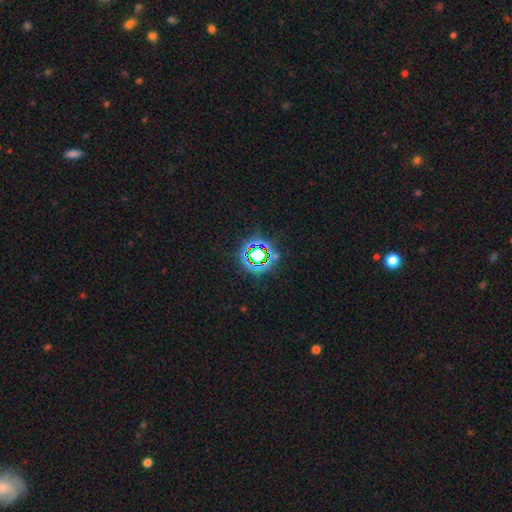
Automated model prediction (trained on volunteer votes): Morphology: type=star or artifact (72%).